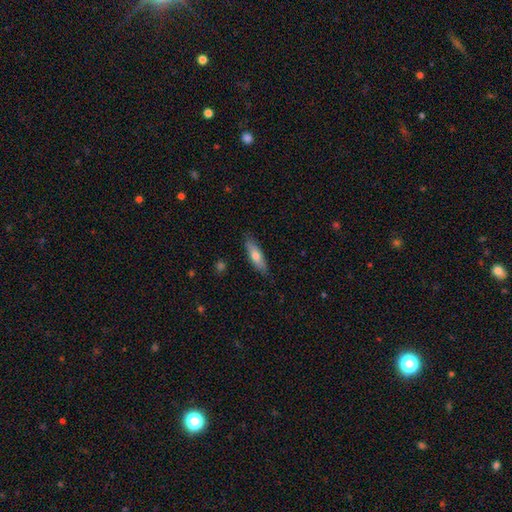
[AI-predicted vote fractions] Smooth or featured? Predicted: smooth (p=0.64). How rounded? Predicted: cigar-shaped (p=0.65). Merging? Predicted: none (p=0.85).